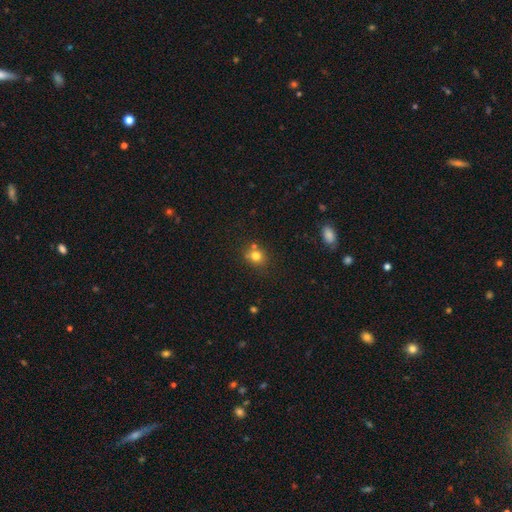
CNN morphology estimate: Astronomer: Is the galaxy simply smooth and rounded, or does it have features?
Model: smooth — 78%.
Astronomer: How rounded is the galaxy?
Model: round — 78%.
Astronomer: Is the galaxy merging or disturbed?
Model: none — 66%.